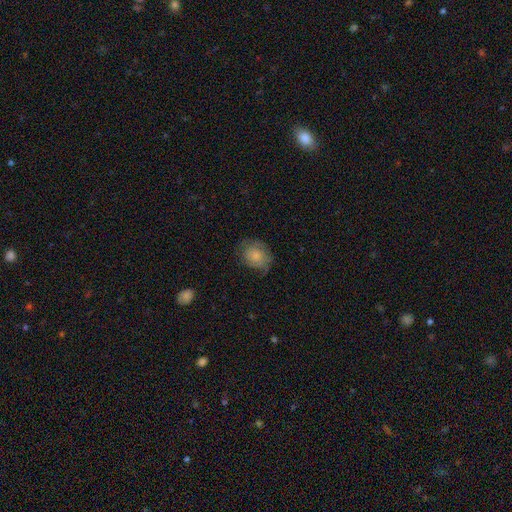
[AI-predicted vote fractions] smooth-or-featured: smooth: 69% | featured or disk: 23% | star or artifact: 8%
  how-rounded: round: 52% | in between: 47% | cigar-shaped: 1%
  merging: none: 62% | minor disturbance: 26% | major disturbance: 11% | merger: 1%